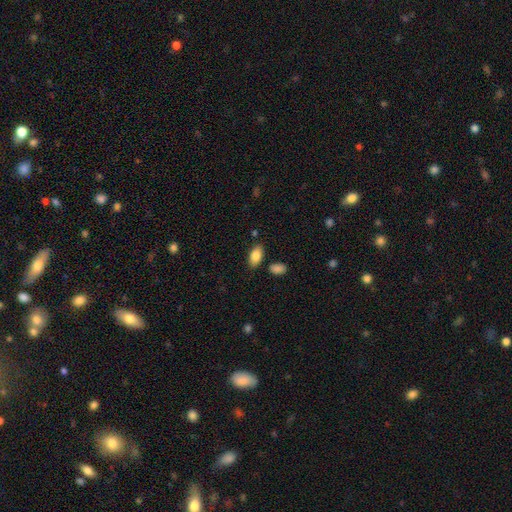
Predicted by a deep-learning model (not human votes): Smooth or featured?
  - smooth: 85% *
  - featured or disk: 8%
  - star or artifact: 7%
How rounded?
  - in between: 93% *
  - round: 4%
  - cigar-shaped: 3%
Merging?
  - none: 82% *
  - minor disturbance: 11%
  - merger: 5%
  - major disturbance: 3%